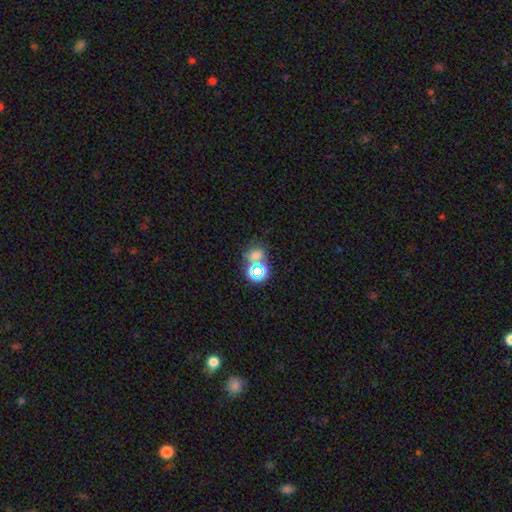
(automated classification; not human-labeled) Overall: smooth (50%; star or artifact 40%). Merging: none (54%; merger 29%).